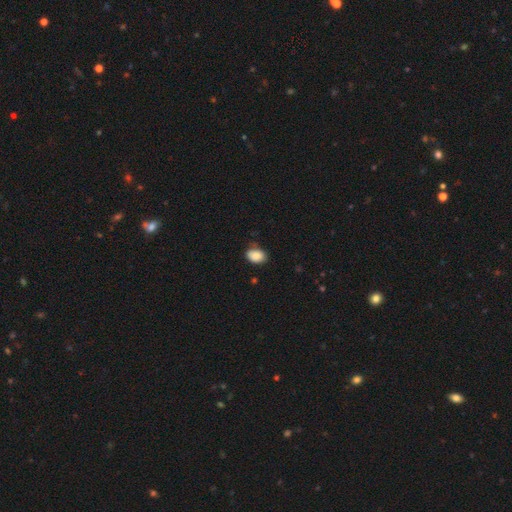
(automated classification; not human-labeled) This appears to be a smooth galaxy with no disk features (88%) that is in between round and cigar-shaped (82%). Merging: none (70%).